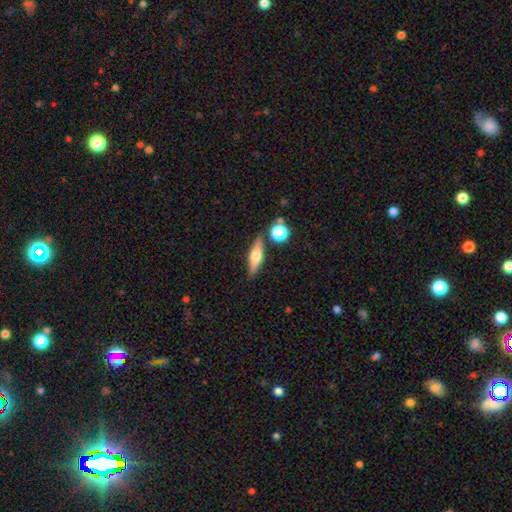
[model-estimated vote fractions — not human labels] Smooth or featured?
  - featured or disk: 48% *
  - smooth: 44%
  - star or artifact: 8%
Merging?
  - none: 81% *
  - minor disturbance: 10%
  - merger: 6%
  - major disturbance: 3%